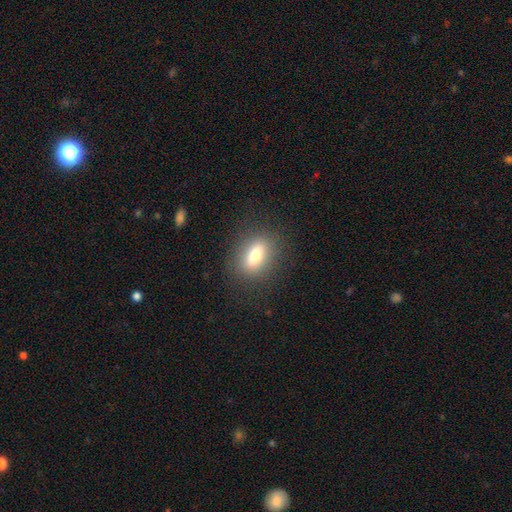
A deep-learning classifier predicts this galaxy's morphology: smooth_or_featured: smooth (p=0.67) [alt: featured or disk p=0.23]
how_rounded: in between (p=0.68) [alt: round p=0.16]
merging: none (p=0.86) [alt: minor disturbance p=0.09]